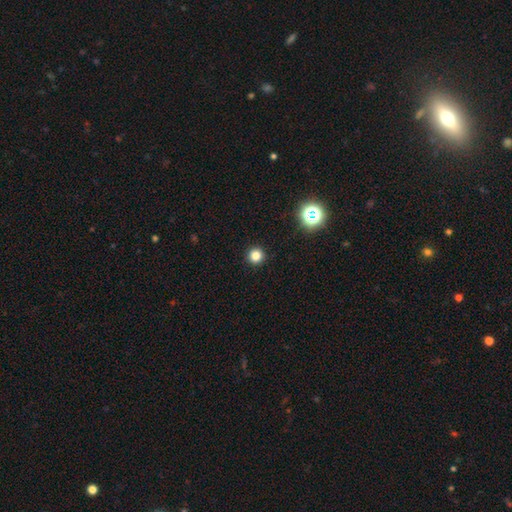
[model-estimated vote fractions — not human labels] A smooth galaxy with no disk features (81%) that is round (96%). Merging: none (94%).